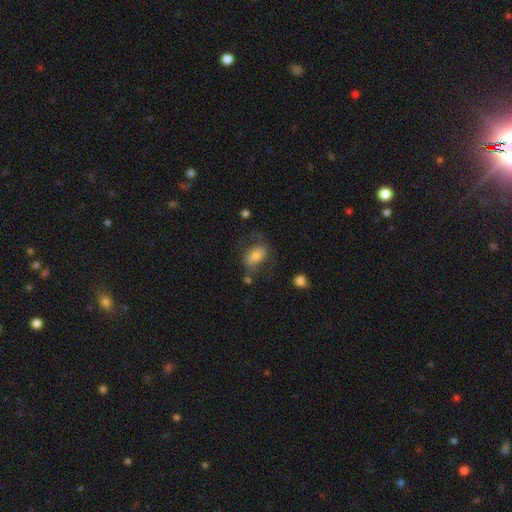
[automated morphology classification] A smooth galaxy with no disk features (62%) that is in between round and cigar-shaped (80%). Merging: none (50%).